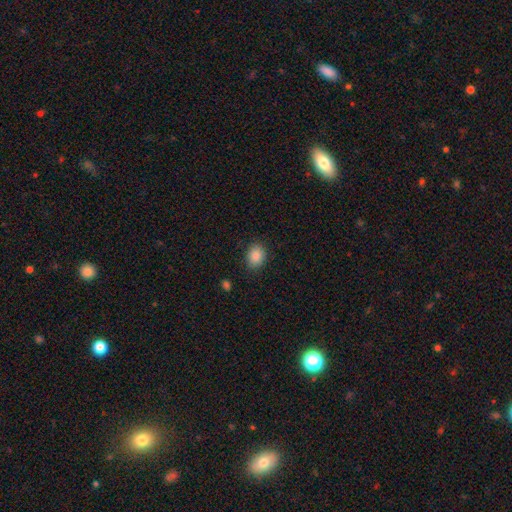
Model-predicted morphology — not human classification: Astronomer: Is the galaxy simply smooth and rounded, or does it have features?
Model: smooth — 87%.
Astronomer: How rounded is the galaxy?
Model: in between — 57% (runner-up: round, 42%).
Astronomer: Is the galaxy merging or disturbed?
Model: none — 86%.